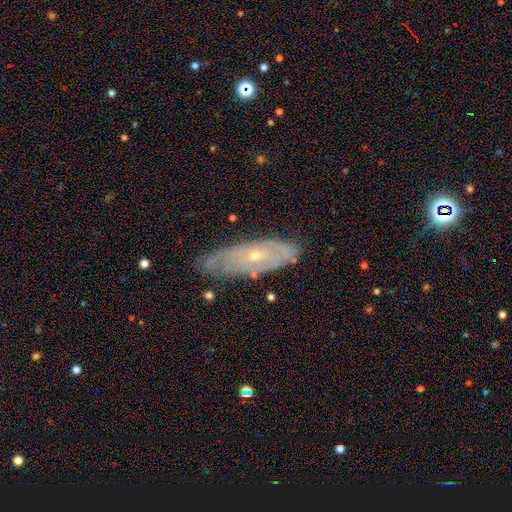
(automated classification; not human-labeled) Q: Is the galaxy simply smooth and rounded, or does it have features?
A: featured or disk — 68%.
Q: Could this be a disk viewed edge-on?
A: no — 75%.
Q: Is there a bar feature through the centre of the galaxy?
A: no — 86%.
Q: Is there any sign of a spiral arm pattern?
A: yes — 61%.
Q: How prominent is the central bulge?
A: small — 66%.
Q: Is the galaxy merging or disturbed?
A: none — 72%.